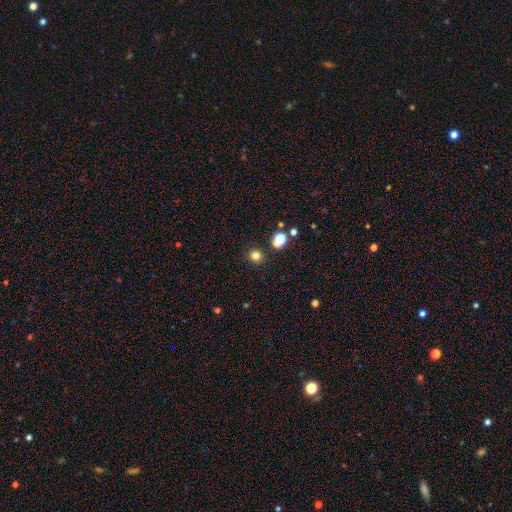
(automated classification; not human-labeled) smooth-or-featured: smooth: 79% | star or artifact: 16% | featured or disk: 5%
  how-rounded: round: 86% | in between: 13% | cigar-shaped: 1%
  merging: none: 87% | minor disturbance: 7% | merger: 4% | major disturbance: 2%